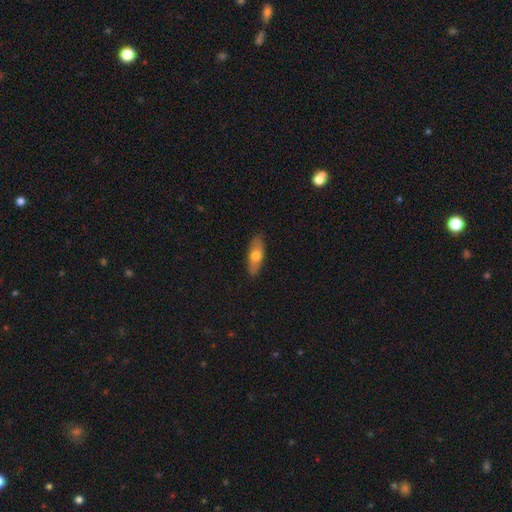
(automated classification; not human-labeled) smooth 65%, featured or disk 29%, star or artifact 6%. Down the decision tree: how rounded — in between (67%); merging — none (86%).